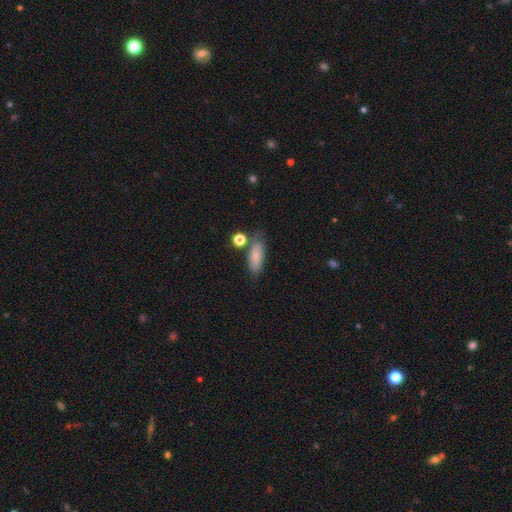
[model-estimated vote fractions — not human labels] Smooth or featured: smooth — 83% (featured or disk — 9%)
How rounded: in between — 75% (cigar-shaped — 21%)
Merging: none — 65% (minor disturbance — 18%)